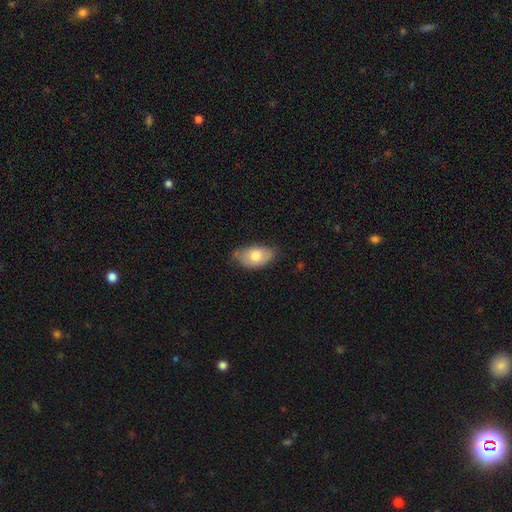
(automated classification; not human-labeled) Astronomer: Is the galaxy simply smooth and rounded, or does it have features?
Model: smooth — 73%.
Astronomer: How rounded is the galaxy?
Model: in between — 92%.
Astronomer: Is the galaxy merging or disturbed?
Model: none — 58% (runner-up: minor disturbance, 34%).